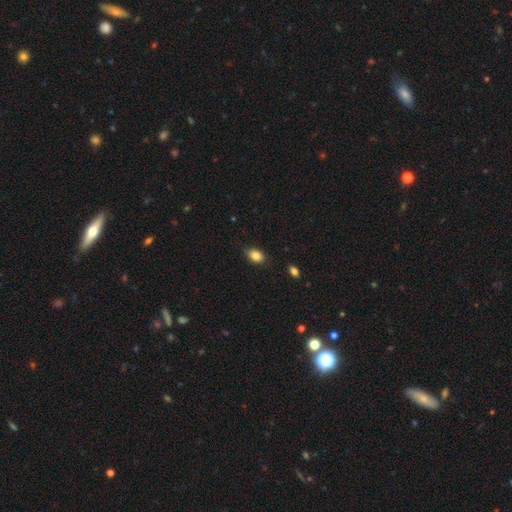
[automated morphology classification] smooth_or_featured: smooth (p=0.85) [alt: star or artifact p=0.09]
how_rounded: in between (p=0.79) [alt: round p=0.20]
merging: none (p=0.82) [alt: minor disturbance p=0.15]